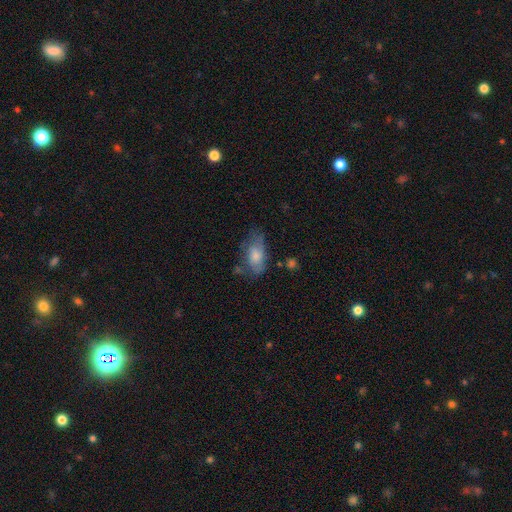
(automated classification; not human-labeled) This is likely a smooth galaxy (70%). How rounded: clearly in between (89%). Merging: possibly none (47%).